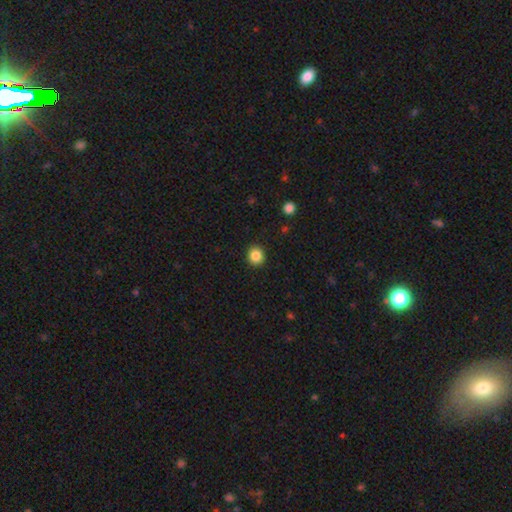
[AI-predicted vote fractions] Smooth or featured?
  - smooth: 86% *
  - star or artifact: 10%
  - featured or disk: 4%
How rounded?
  - round: 86% *
  - in between: 13%
  - cigar-shaped: 1%
Merging?
  - none: 92% *
  - minor disturbance: 5%
  - major disturbance: 2%
  - merger: 1%